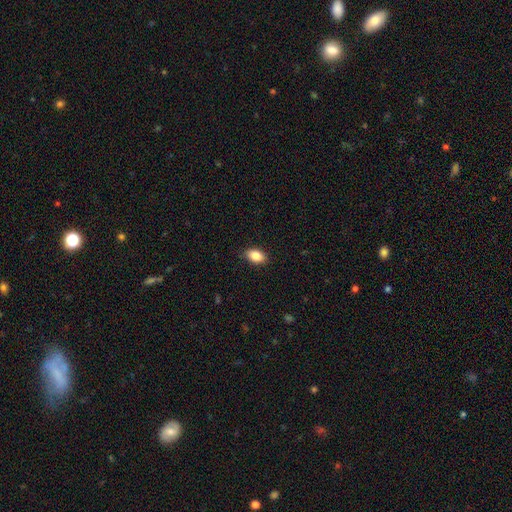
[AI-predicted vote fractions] This is clearly a smooth galaxy (86%). How rounded: clearly in between (88%). Merging: clearly none (88%).